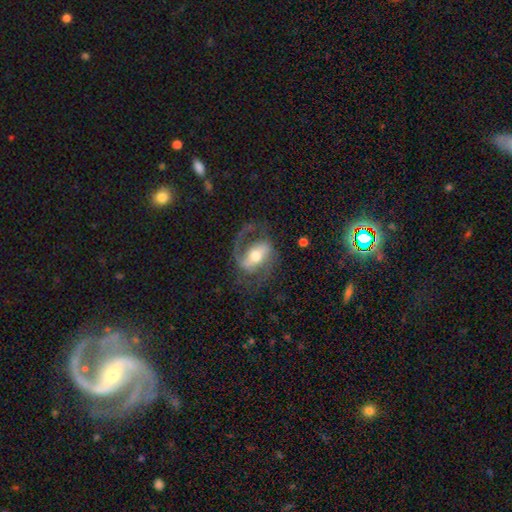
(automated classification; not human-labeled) This appears to be a featured or disk galaxy (86%) with a strong bar (48%), 2 (79%) medium (52%) spiral arms (95%) and a moderate central bulge (66%). Merging: none (64%).